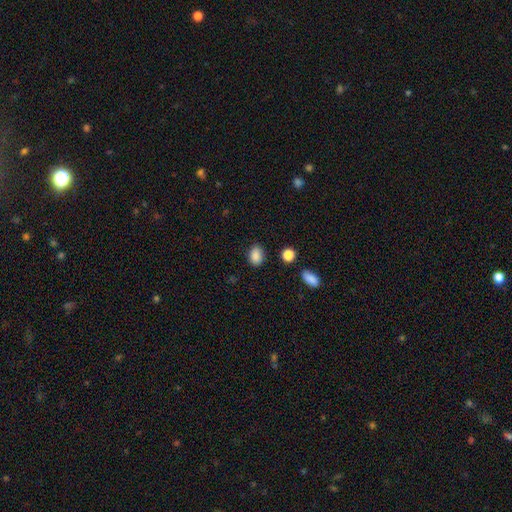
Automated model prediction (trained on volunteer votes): A smooth galaxy with no disk features (88%) that is in between round and cigar-shaped (73%).

Vote fractions:
- Smooth or featured? smooth: 88% / star or artifact: 9% / featured or disk: 4%
- How rounded? in between: 73% / round: 26% / cigar-shaped: 1%
- Merging? none: 83% / minor disturbance: 11% / major disturbance: 3% / merger: 2%